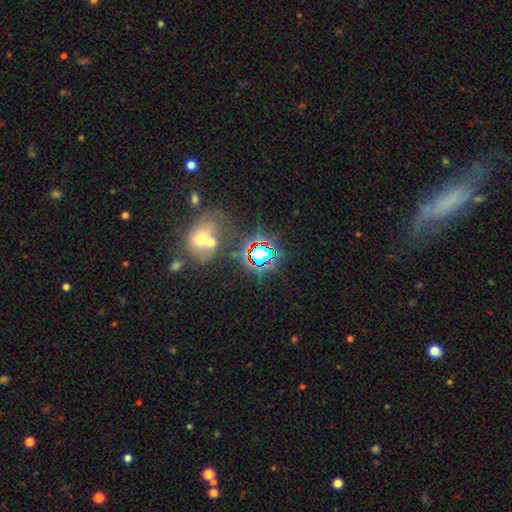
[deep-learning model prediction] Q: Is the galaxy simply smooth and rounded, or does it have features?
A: star or artifact — 62%.